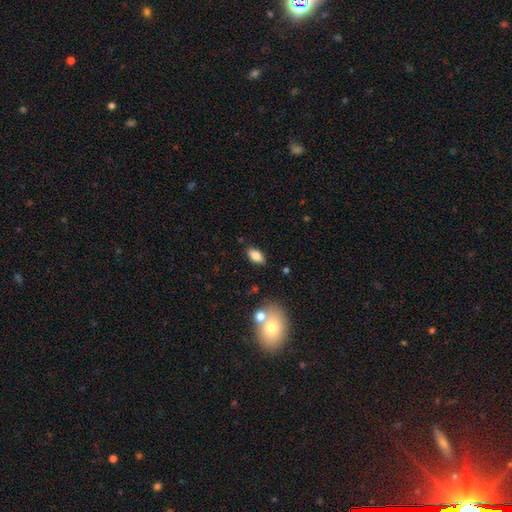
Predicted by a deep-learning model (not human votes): smooth 82%, featured or disk 10%, star or artifact 8%. Down the decision tree: how rounded — in between (89%); merging — none (84%).